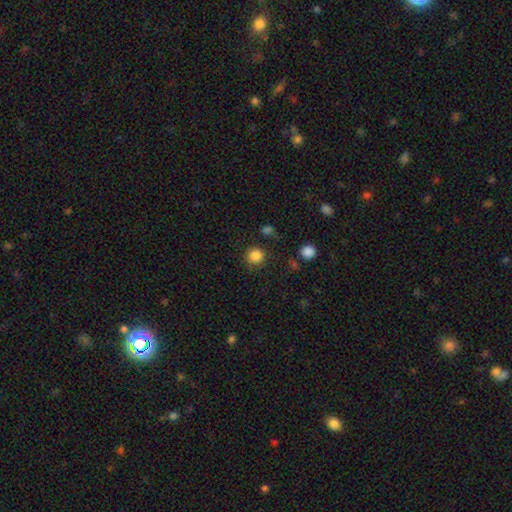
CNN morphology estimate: smooth-or-featured: smooth: 85% | star or artifact: 11% | featured or disk: 4%
  how-rounded: round: 93% | in between: 6% | cigar-shaped: 1%
  merging: none: 84% | minor disturbance: 9% | major disturbance: 4% | merger: 3%